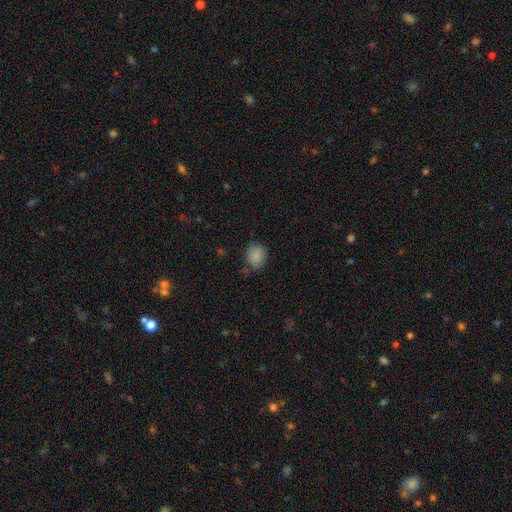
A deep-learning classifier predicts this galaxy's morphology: Smooth or featured?
  - smooth: 86% *
  - star or artifact: 10%
  - featured or disk: 4%
How rounded?
  - round: 56% *
  - in between: 43%
  - cigar-shaped: 1%
Merging?
  - none: 74% *
  - minor disturbance: 19%
  - major disturbance: 4%
  - merger: 3%